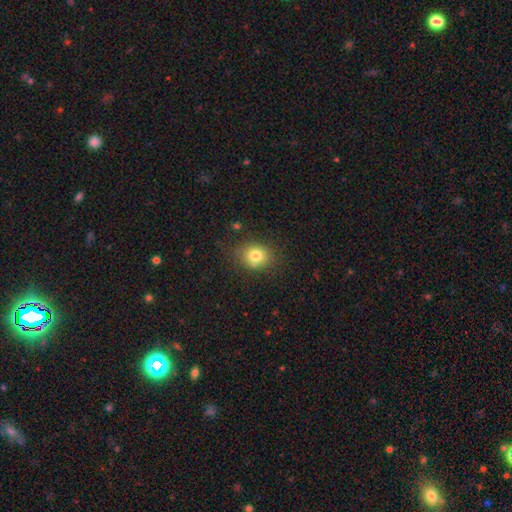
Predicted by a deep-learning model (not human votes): Overall: smooth (79%). How rounded: round (60%; in between 39%). Merging: none (77%).